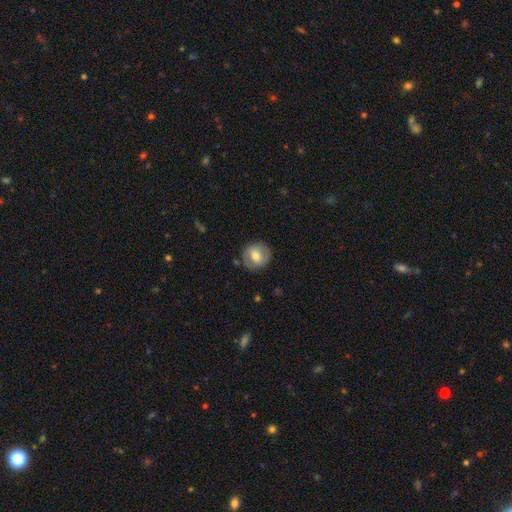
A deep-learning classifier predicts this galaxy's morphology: A smooth galaxy with no disk features (59%) that is round (85%).

Vote fractions:
- Smooth or featured? smooth: 59% / featured or disk: 34% / star or artifact: 7%
- How rounded? round: 85% / in between: 14% / cigar-shaped: 1%
- Merging? none: 82% / minor disturbance: 12% / major disturbance: 4% / merger: 2%